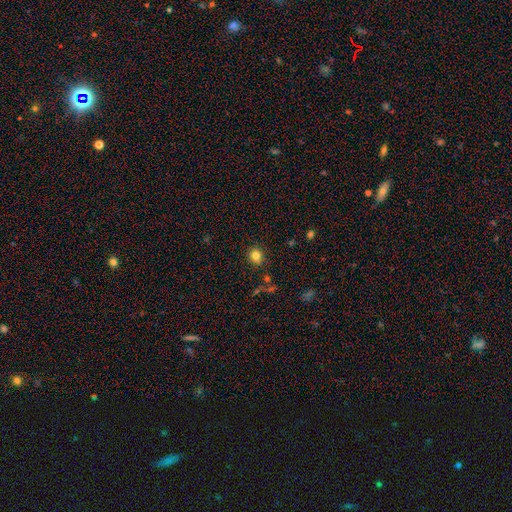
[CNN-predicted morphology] Smooth or featured?
  - smooth: 80% *
  - star or artifact: 13%
  - featured or disk: 7%
How rounded?
  - round: 83% *
  - in between: 16%
  - cigar-shaped: 1%
Merging?
  - none: 84% *
  - minor disturbance: 10%
  - major disturbance: 3%
  - merger: 3%